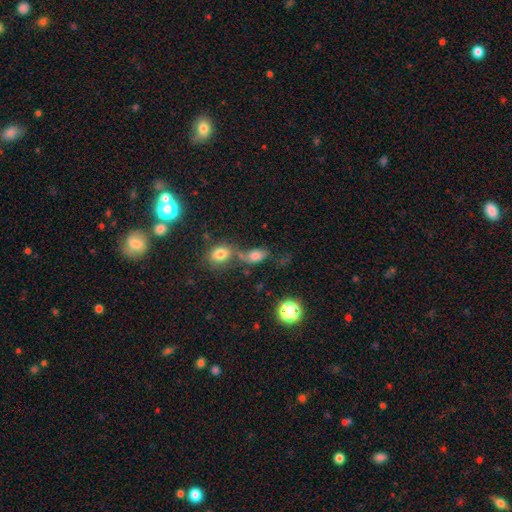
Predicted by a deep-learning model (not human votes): smooth-or-featured: smooth: 73% | star or artifact: 14% | featured or disk: 12%
  how-rounded: in between: 83% | round: 13% | cigar-shaped: 4%
  merging: merger: 40% | none: 36% | minor disturbance: 14% | major disturbance: 10%